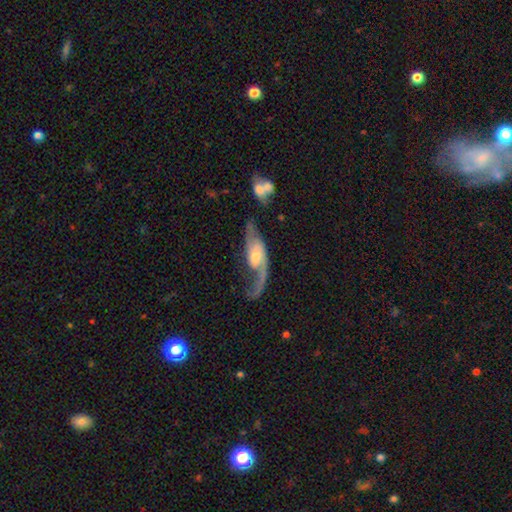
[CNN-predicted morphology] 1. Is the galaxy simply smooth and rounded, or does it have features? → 81% featured or disk, 14% smooth, 6% star or artifact.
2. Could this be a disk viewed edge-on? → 90% no, 10% yes.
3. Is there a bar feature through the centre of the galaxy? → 60% no, 31% weak, 9% strong.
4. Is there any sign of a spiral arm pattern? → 92% yes, 8% no.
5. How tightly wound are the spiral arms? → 66% loose, 26% medium, 8% tight.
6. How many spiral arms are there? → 70% 2, 23% 1, 4% can't tell, 1% 3, 1% 4, 1% more than 4.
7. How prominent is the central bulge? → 47% small, 40% moderate, 7% large, 5% none, 2% dominant.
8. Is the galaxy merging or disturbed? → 43% none, 30% major disturbance, 19% minor disturbance, 9% merger.